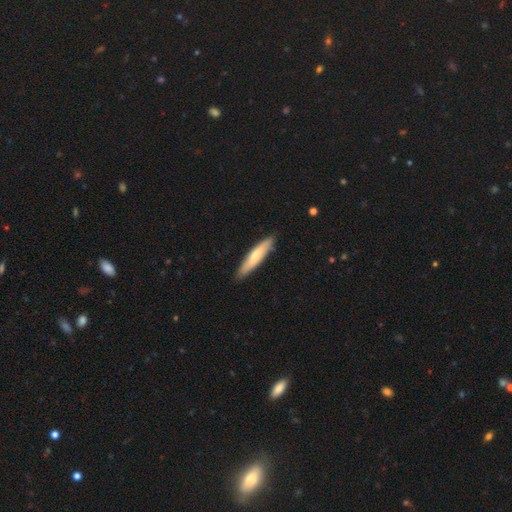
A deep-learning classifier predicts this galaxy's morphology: The model was most divided on "smooth or featured": smooth: 62%, featured or disk: 33%, star or artifact: 5%. More confident: merging — none (86%); how rounded — cigar-shaped (84%).